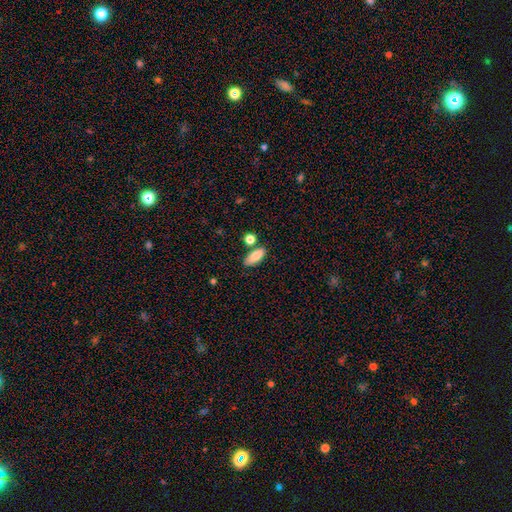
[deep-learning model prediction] Smooth or featured? Predicted: smooth (p=0.85). How rounded? Predicted: in between (p=0.79). Merging? Predicted: none (p=0.73).